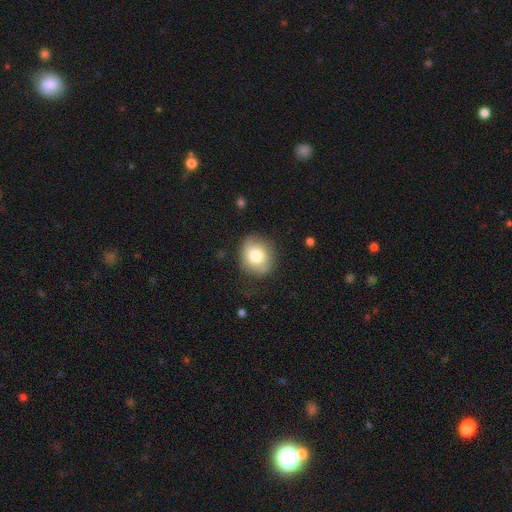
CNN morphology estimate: Smooth or featured? Predicted: smooth (p=0.74). How rounded? Predicted: round (p=0.72). Merging? Predicted: none (p=0.72).